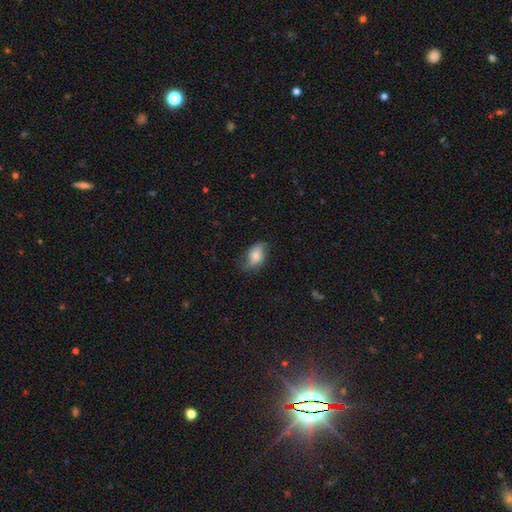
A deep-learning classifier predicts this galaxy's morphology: A smooth galaxy with no disk features (58%) that is in between round and cigar-shaped (87%).

Vote fractions:
- Smooth or featured? smooth: 58% / featured or disk: 34% / star or artifact: 8%
- How rounded? in between: 87% / round: 11% / cigar-shaped: 2%
- Merging? none: 62% / minor disturbance: 27% / major disturbance: 9% / merger: 1%